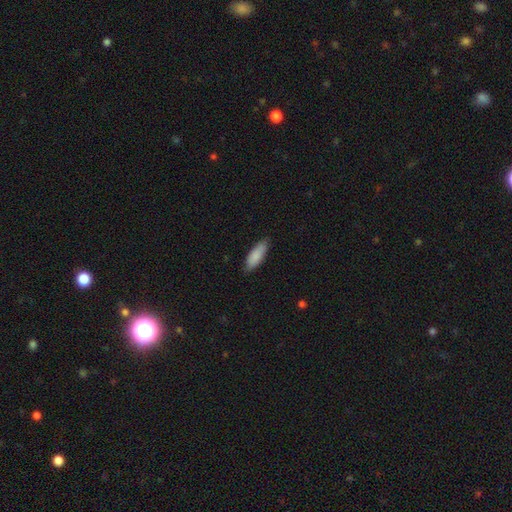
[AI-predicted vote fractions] Smooth or featured?
  - smooth: 87% *
  - featured or disk: 8%
  - star or artifact: 5%
How rounded?
  - in between: 64% *
  - cigar-shaped: 34%
  - round: 2%
Merging?
  - none: 83% *
  - minor disturbance: 14%
  - major disturbance: 2%
  - merger: 1%